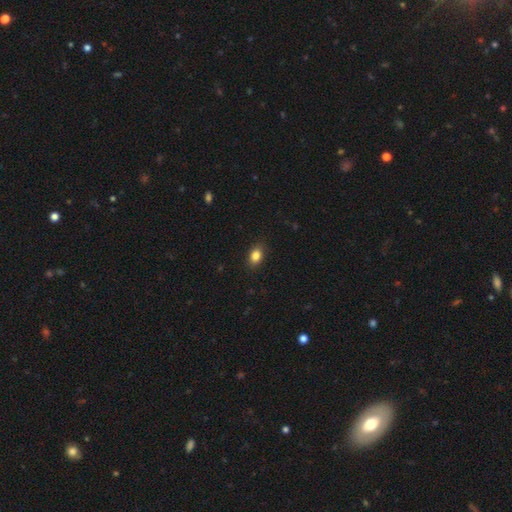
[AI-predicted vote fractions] A smooth galaxy with no disk features (84%) that is in between round and cigar-shaped (74%).

Vote fractions:
- Smooth or featured? smooth: 84% / star or artifact: 9% / featured or disk: 6%
- How rounded? in between: 74% / round: 24% / cigar-shaped: 2%
- Merging? none: 86% / minor disturbance: 11% / major disturbance: 2% / merger: 1%